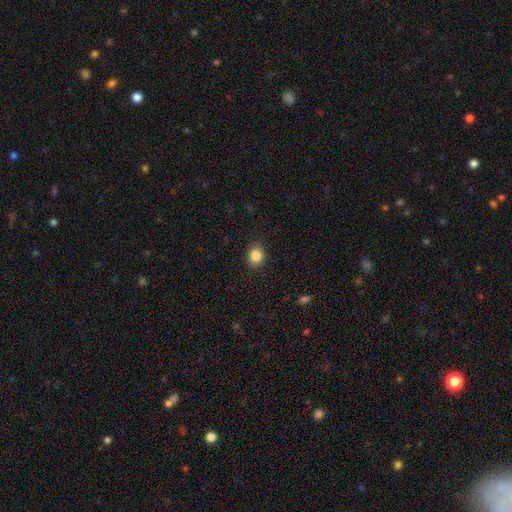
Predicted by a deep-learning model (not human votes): Smooth or featured? Predicted: smooth (p=0.86). How rounded? Predicted: round (p=0.69). Merging? Predicted: none (p=0.90).